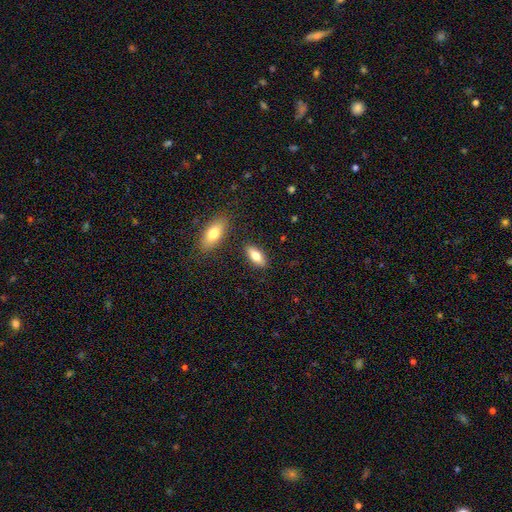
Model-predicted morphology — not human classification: This appears to be a smooth galaxy with no disk features (75%) that is in between round and cigar-shaped (82%). Merging: none (85%).